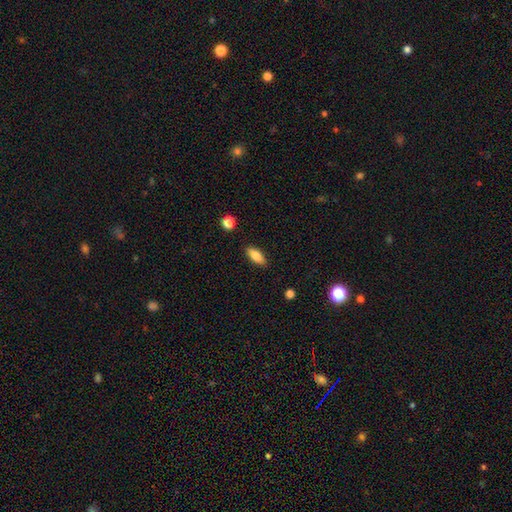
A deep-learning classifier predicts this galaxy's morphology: This appears to be a smooth galaxy with no disk features (79%) that is in between round and cigar-shaped (80%). Merging: none (87%).